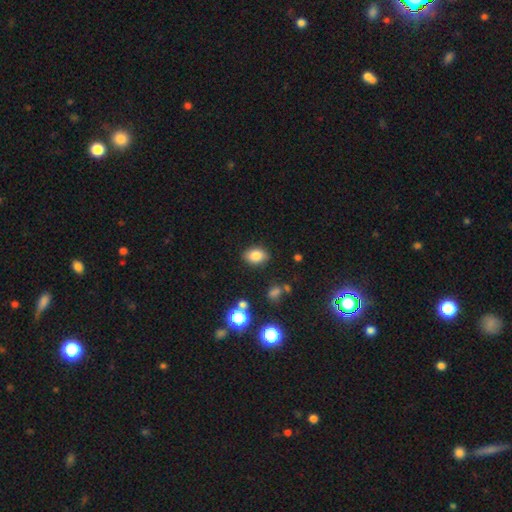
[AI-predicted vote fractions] A smooth galaxy with no disk features (83%) that is in between round and cigar-shaped (78%).

Vote fractions:
- Smooth or featured? smooth: 83% / star or artifact: 11% / featured or disk: 7%
- How rounded? in between: 78% / round: 21% / cigar-shaped: 1%
- Merging? none: 85% / minor disturbance: 10% / major disturbance: 3% / merger: 2%